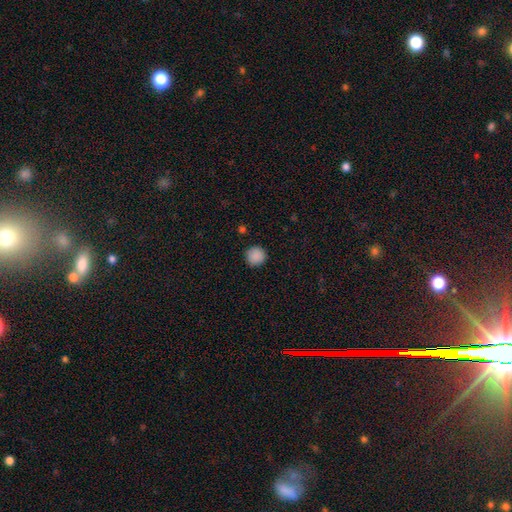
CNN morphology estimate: A smooth galaxy with no disk features (89%) that is round (95%).

Vote fractions:
- Smooth or featured? smooth: 89% / star or artifact: 9% / featured or disk: 3%
- How rounded? round: 95% / in between: 4% / cigar-shaped: 1%
- Merging? none: 90% / minor disturbance: 7% / major disturbance: 2% / merger: 1%